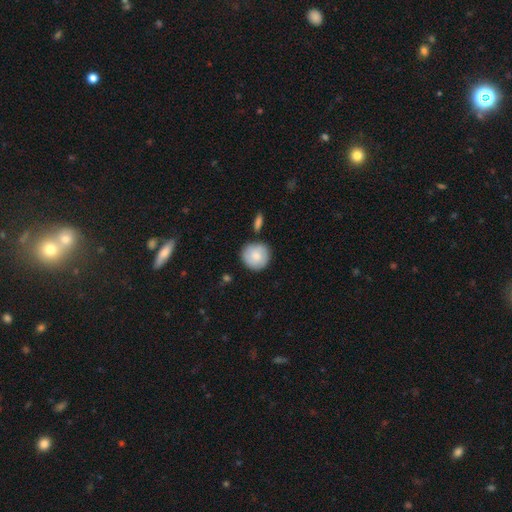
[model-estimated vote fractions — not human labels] This is likely a smooth galaxy (72%). How rounded: clearly round (93%). Merging: clearly none (81%).